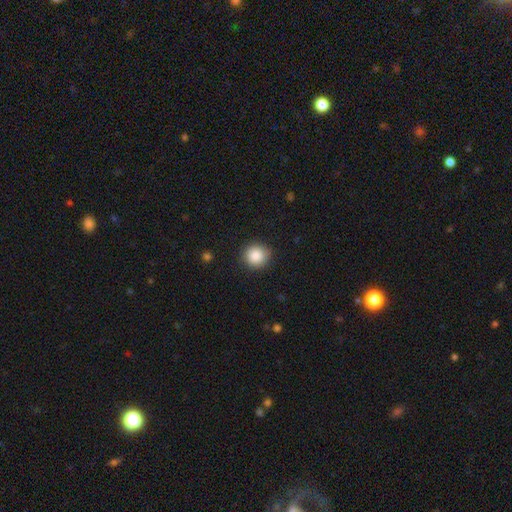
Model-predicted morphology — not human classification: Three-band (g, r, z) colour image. It shows a smooth galaxy with no disk features (88%) that is round (90%). Merging: none (89%).